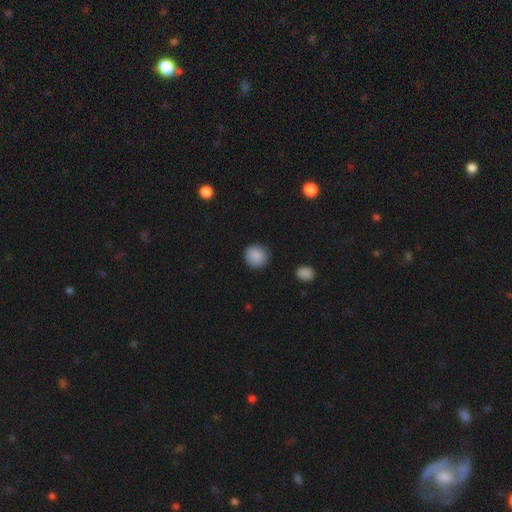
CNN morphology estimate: A smooth galaxy with no disk features (88%) that is round (90%). Merging: none (89%).